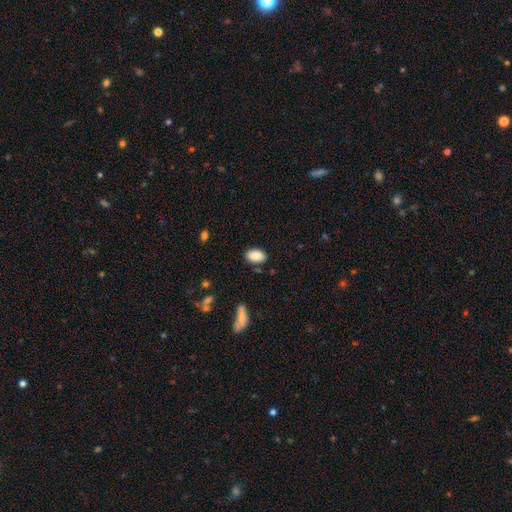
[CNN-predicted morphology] A smooth galaxy with no disk features (88%) that is in between round and cigar-shaped (92%).

Vote fractions:
- Smooth or featured? smooth: 88% / star or artifact: 7% / featured or disk: 5%
- How rounded? in between: 92% / round: 6% / cigar-shaped: 2%
- Merging? none: 84% / minor disturbance: 11% / major disturbance: 3% / merger: 2%